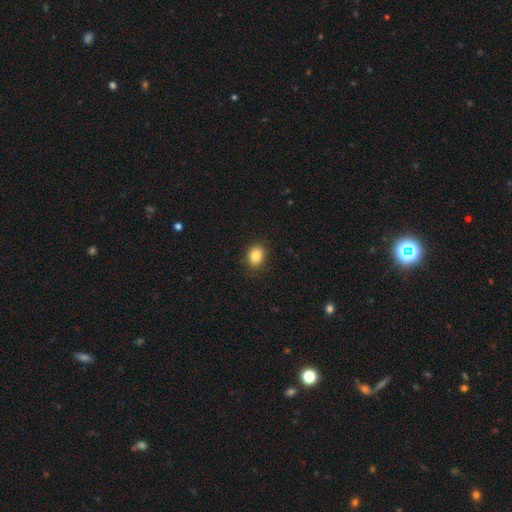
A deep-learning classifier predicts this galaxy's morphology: The model was most divided on "how rounded": in between: 55%, round: 44%, cigar-shaped: 1%. More confident: merging — none (88%); smooth or featured — smooth (86%).